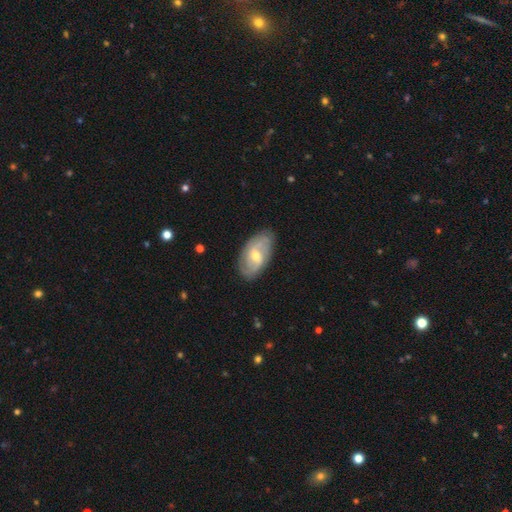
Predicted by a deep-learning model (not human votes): smooth-or-featured: featured or disk: 75% | smooth: 19% | star or artifact: 6%
  disk-edge-on: no: 95% | yes: 5%
    bar: weak: 51% | no: 38% | strong: 12%
    has-spiral-arms: yes: 90% | no: 10%
      spiral-winding: medium: 41% | tight: 38% | loose: 21%
      spiral-arm-count: 2: 58% | can't tell: 23% | 3: 11% | 1: 3% | 4: 3% | more than 4: 2%
    bulge-size: moderate: 54% | small: 42% | large: 2% | none: 1% | dominant: 1%
  merging: none: 79% | minor disturbance: 16% | major disturbance: 4% | merger: 1%